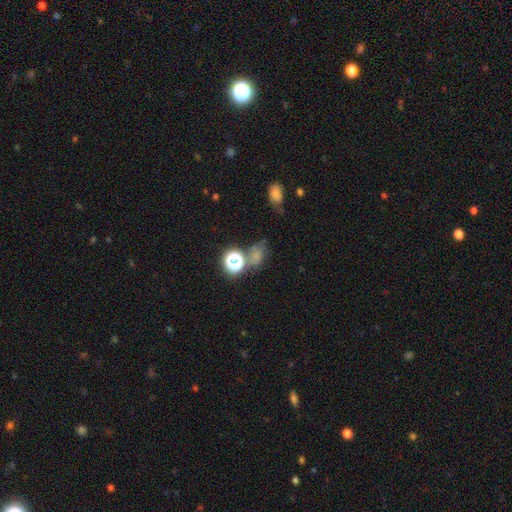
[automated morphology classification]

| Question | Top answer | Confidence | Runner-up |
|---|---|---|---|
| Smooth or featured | smooth | 59% | star or artifact (30%) |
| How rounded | in between | 55% | round (43%) |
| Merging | none | 50% | merger (20%) |